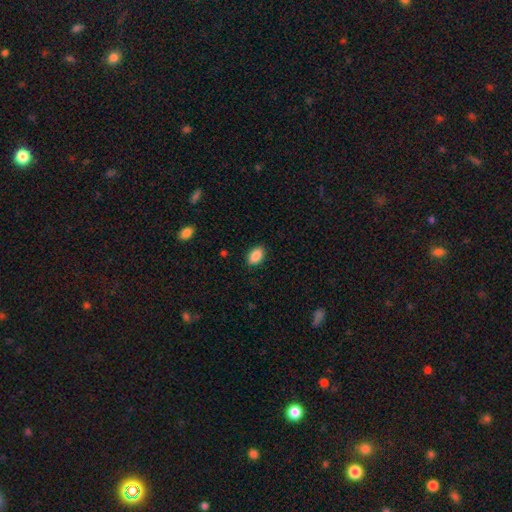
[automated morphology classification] A smooth galaxy with no disk features (88%) that is in between round and cigar-shaped (90%). Merging: none (87%).